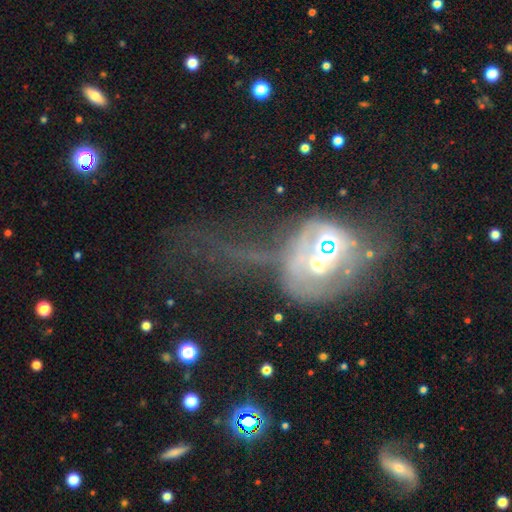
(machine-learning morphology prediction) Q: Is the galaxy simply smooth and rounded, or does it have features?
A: featured or disk — 52%.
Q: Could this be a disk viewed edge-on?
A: no — 90%.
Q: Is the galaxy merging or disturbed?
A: merger — 47%.